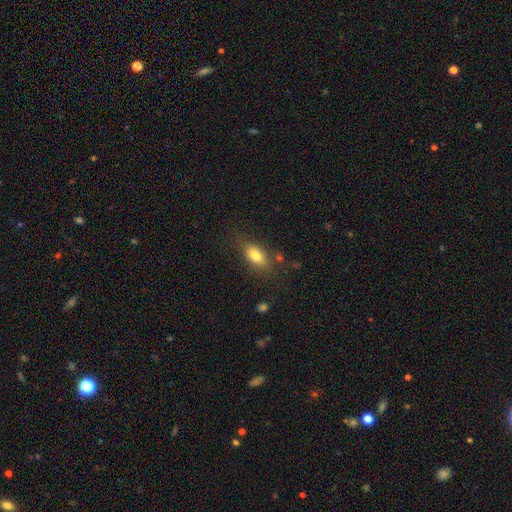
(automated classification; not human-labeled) Overall: smooth (78%). How rounded: in between (85%). Merging: none (72%).